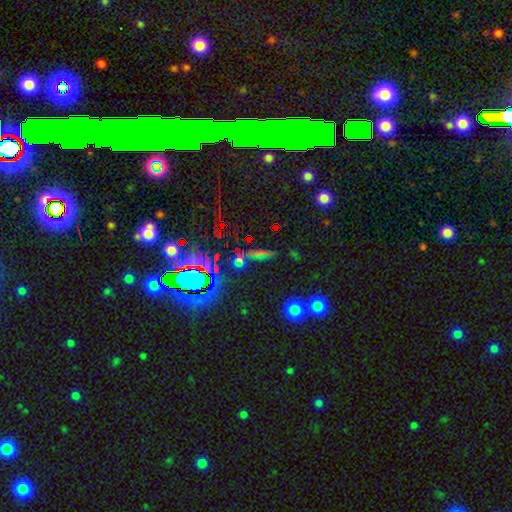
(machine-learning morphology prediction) type=star or artifact (47%).